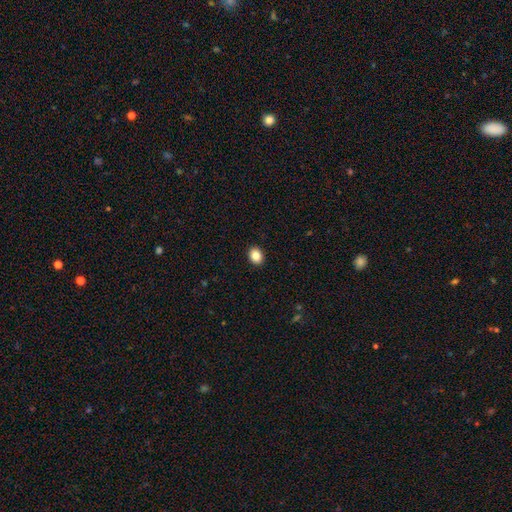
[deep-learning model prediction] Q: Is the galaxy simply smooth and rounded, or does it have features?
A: smooth — 86%.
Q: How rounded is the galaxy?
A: in between — 53%.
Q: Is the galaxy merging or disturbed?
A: none — 92%.